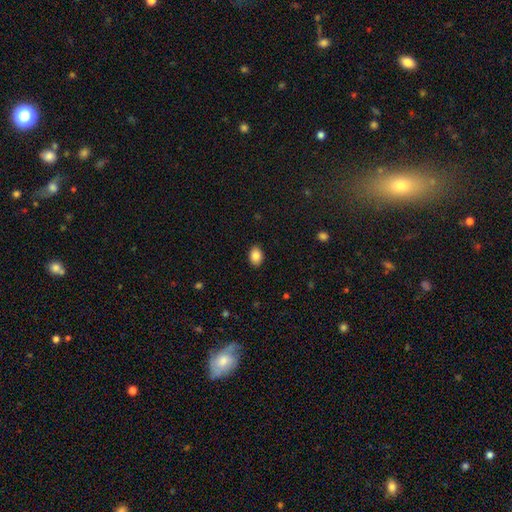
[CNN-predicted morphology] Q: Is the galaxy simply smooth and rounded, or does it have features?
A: smooth — 87%.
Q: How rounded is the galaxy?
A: in between — 78%.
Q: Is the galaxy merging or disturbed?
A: none — 89%.